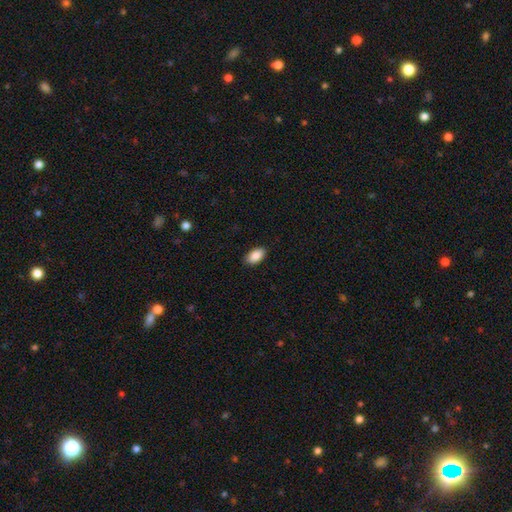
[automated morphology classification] Smooth or featured?
  - smooth: 89% *
  - star or artifact: 7%
  - featured or disk: 4%
How rounded?
  - in between: 94% *
  - round: 4%
  - cigar-shaped: 2%
Merging?
  - none: 88% *
  - minor disturbance: 9%
  - major disturbance: 2%
  - merger: 1%